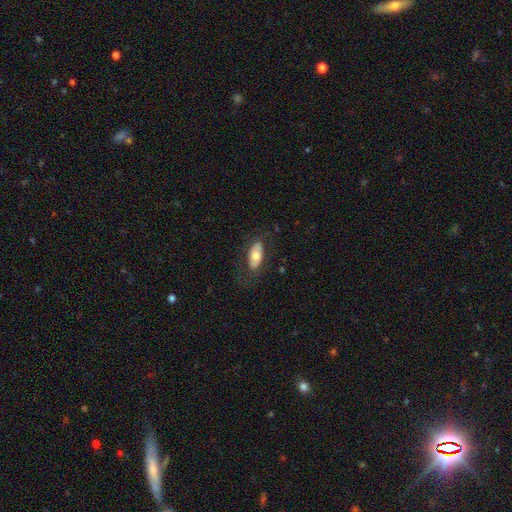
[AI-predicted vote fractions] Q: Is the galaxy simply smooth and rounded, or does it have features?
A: smooth — 65%.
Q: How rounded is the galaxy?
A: in between — 87%.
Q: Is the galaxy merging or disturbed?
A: none — 75%.